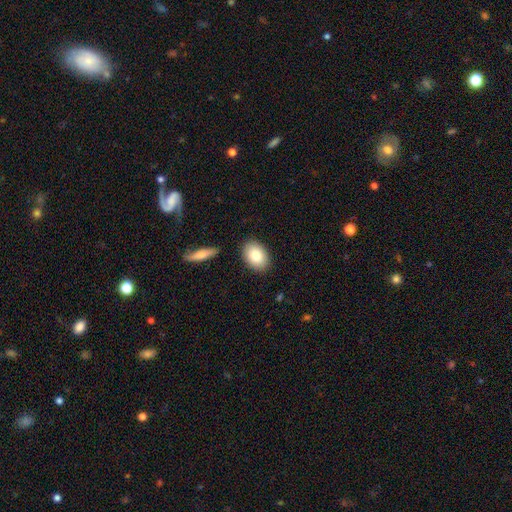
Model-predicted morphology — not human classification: Smooth or featured? Predicted: smooth (p=0.81). How rounded? Predicted: in between (p=0.82). Merging? Predicted: none (p=0.87).